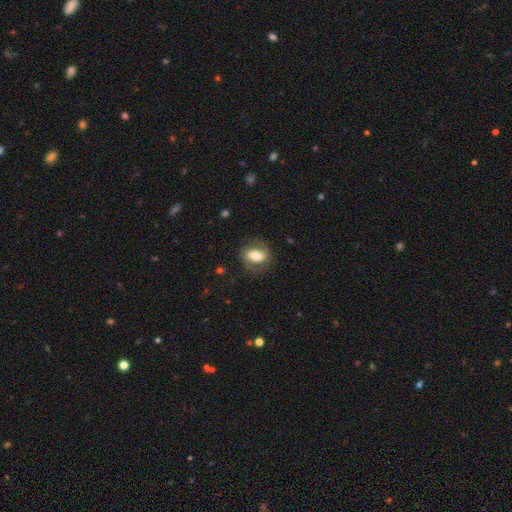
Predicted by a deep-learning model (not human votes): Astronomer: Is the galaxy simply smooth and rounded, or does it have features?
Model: smooth — 53% (runner-up: featured or disk, 39%).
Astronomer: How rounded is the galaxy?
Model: in between — 69%.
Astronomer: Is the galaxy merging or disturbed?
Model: none — 73%.